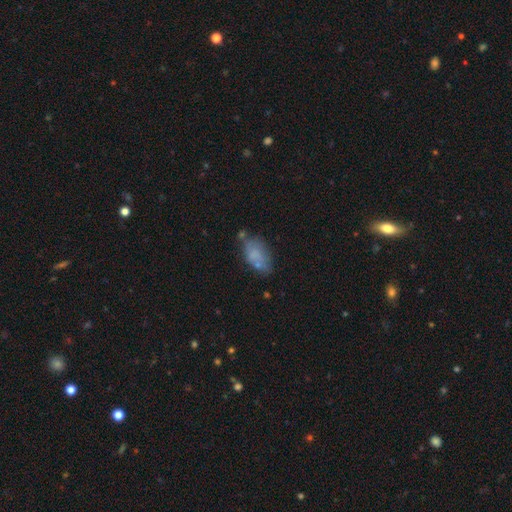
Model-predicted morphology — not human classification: Overall: smooth (65%). How rounded: in between (90%). Merging: none (49%; minor disturbance 25%).